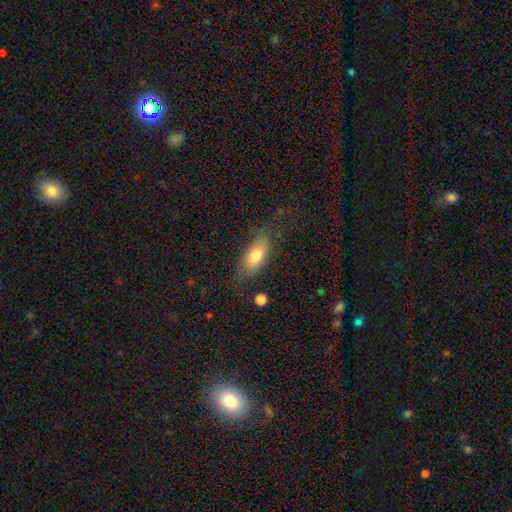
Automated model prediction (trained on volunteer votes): The model was most divided on "merging": none: 70%, minor disturbance: 20%, major disturbance: 8%, merger: 2%. More confident: how rounded — in between (82%); smooth or featured — smooth (76%).